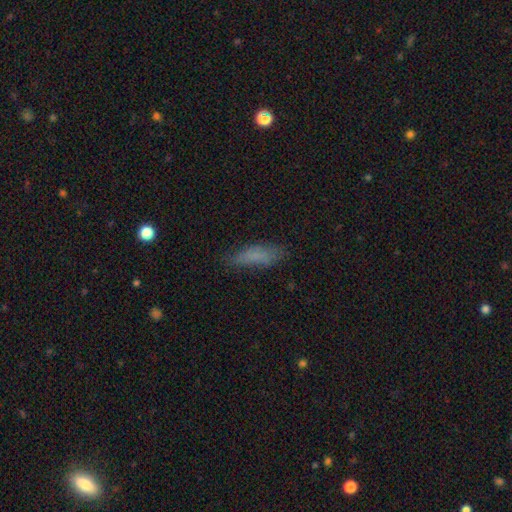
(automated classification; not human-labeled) A smooth galaxy with no disk features (75%) that is cigar-shaped (54%). Merging: none (69%).